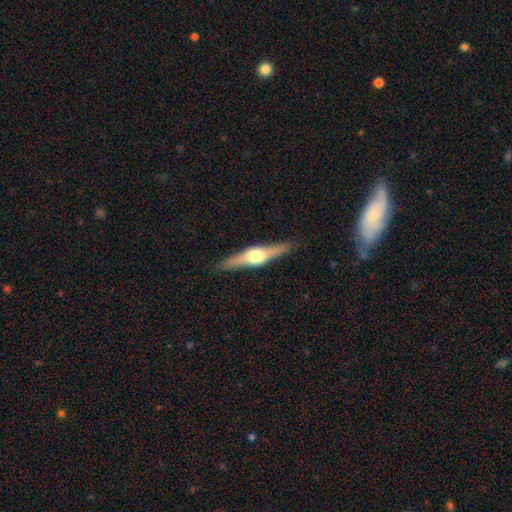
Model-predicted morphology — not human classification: This appears to be a featured or disk galaxy (74%) viewed edge-on (97%) with a rounded central bulge (94%). Merging: none (90%).